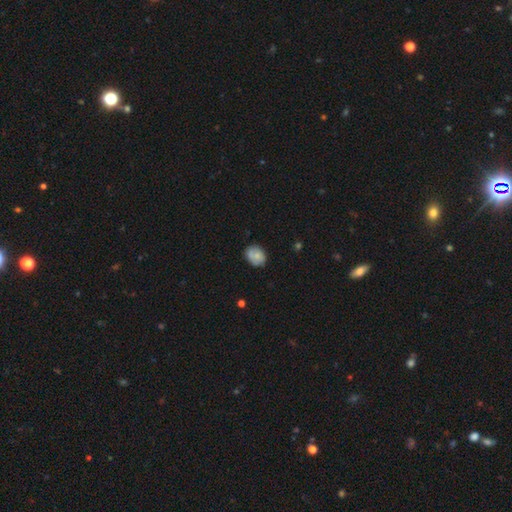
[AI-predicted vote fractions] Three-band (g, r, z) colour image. It shows a smooth galaxy with no disk features (70%) that is in between round and cigar-shaped (61%). Merging: none (67%).